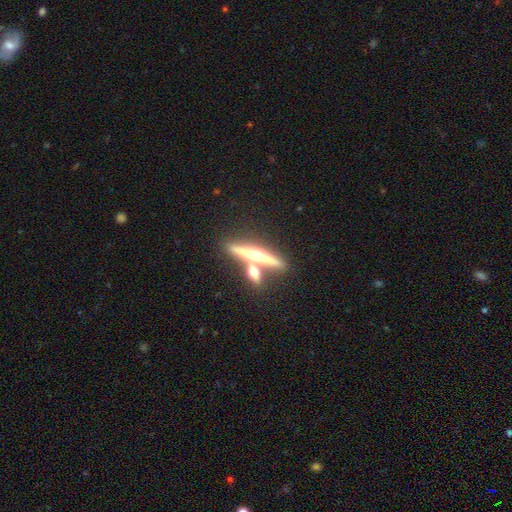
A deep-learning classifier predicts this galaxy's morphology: A featured or disk galaxy (72%) viewed edge-on (95%) with a rounded central bulge (94%). Merging: none (63%).